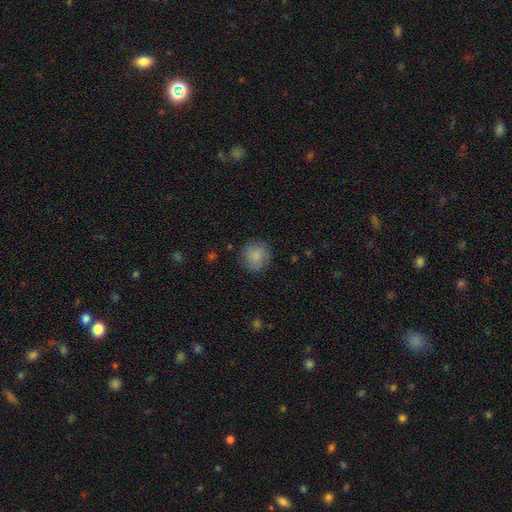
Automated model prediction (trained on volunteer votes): A smooth galaxy with no disk features (84%) that is round (89%). Merging: none (82%).